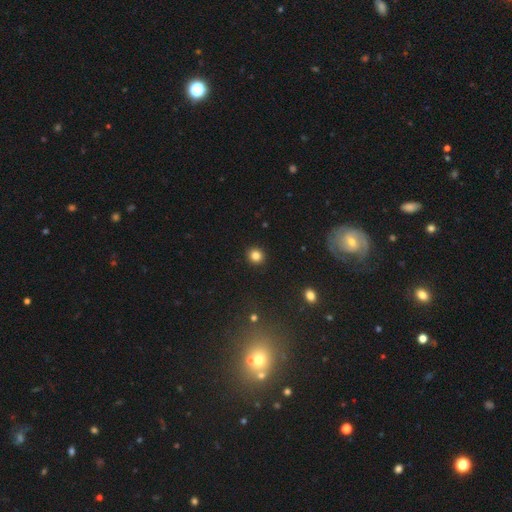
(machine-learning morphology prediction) A smooth galaxy with no disk features (83%) that is round (90%). Merging: none (93%).